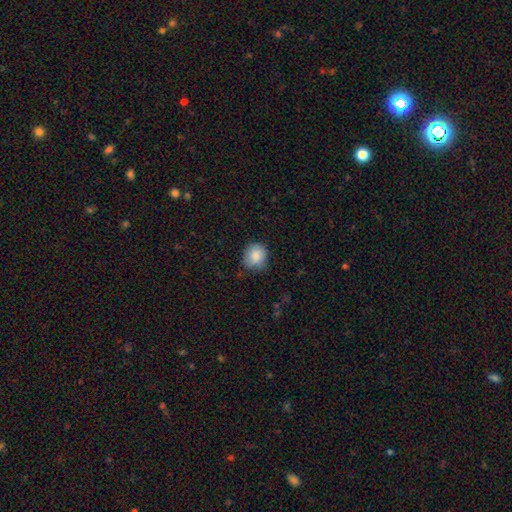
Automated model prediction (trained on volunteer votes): smooth_or_featured: smooth (p=0.86) [alt: star or artifact p=0.08]
how_rounded: round (p=0.73) [alt: in between p=0.26]
merging: none (p=0.72) [alt: minor disturbance p=0.23]